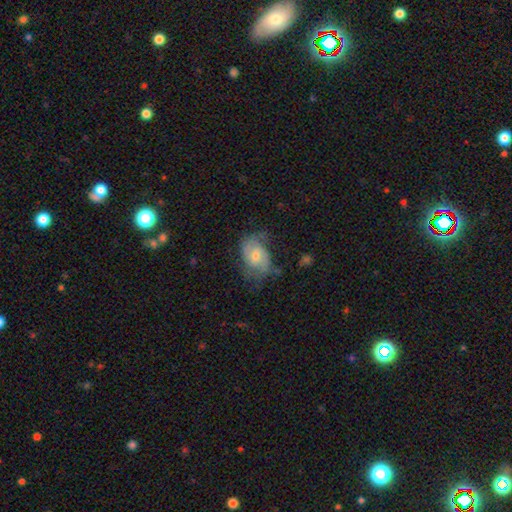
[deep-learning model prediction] Q: Smooth or featured?
A: featured or disk (59%); runner-up: smooth (34%)
Q: Edge-on disk?
A: no (96%); runner-up: yes (4%)
Q: Bar?
A: no (49%); runner-up: weak (42%)
Q: Spiral arms?
A: yes (82%); runner-up: no (18%)
Q: Bulge size?
A: moderate (56%); runner-up: small (36%)
Q: Merging?
A: none (53%); runner-up: minor disturbance (29%)